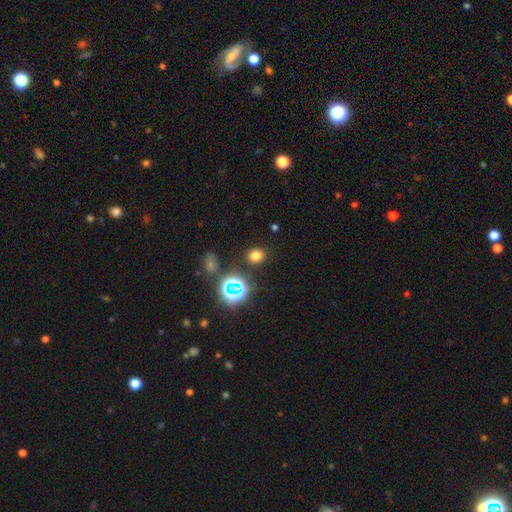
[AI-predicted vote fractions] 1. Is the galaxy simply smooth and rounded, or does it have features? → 72% smooth, 22% star or artifact, 6% featured or disk.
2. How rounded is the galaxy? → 73% round, 26% in between, 1% cigar-shaped.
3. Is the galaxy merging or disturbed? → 86% none, 8% minor disturbance, 3% major disturbance, 3% merger.